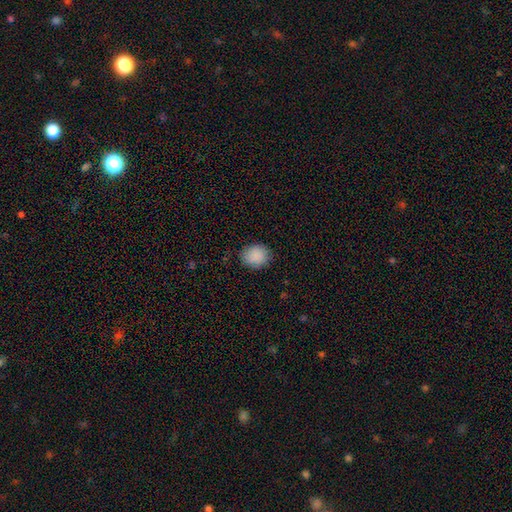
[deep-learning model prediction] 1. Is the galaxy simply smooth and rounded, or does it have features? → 89% smooth, 8% star or artifact, 4% featured or disk.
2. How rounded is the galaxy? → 68% round, 31% in between, 1% cigar-shaped.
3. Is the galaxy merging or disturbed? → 85% none, 12% minor disturbance, 3% major disturbance, 1% merger.